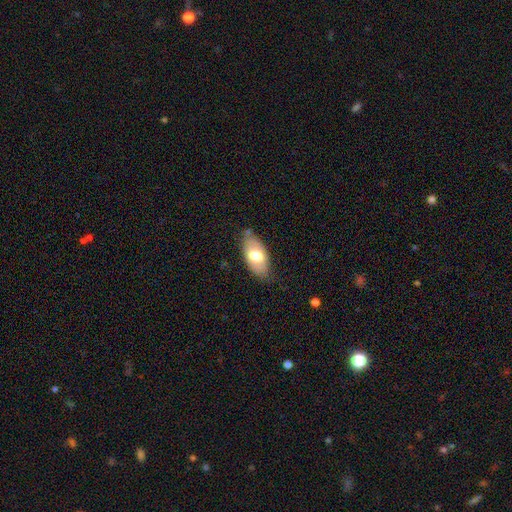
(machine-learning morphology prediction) Overall: smooth (68%). How rounded: in between (92%). Merging: none (73%).